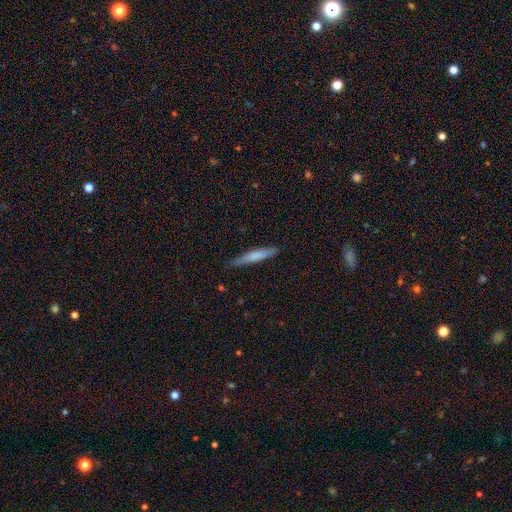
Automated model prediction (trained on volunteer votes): smooth-or-featured: smooth: 69% | featured or disk: 26% | star or artifact: 6%
  how-rounded: cigar-shaped: 93% | in between: 6% | round: 1%
  merging: none: 85% | minor disturbance: 12% | major disturbance: 2% | merger: 1%